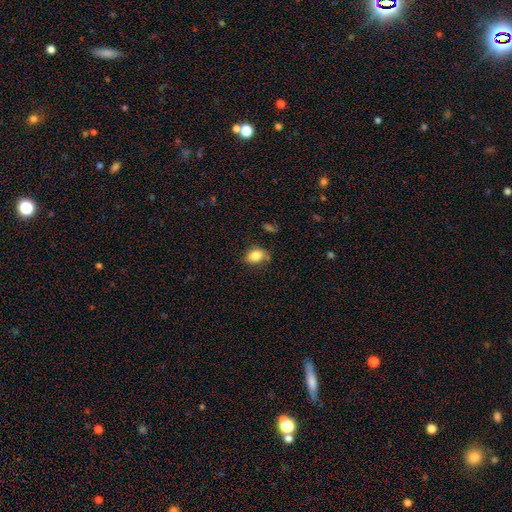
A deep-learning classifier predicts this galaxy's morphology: Smooth or featured? Predicted: smooth (p=0.83). How rounded? Predicted: in between (p=0.75). Merging? Predicted: none (p=0.70).